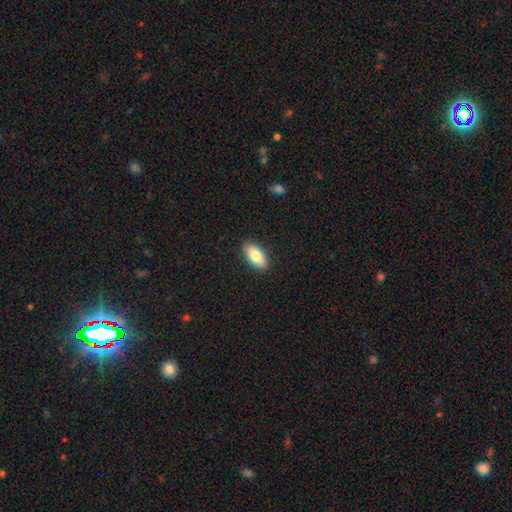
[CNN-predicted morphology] Smooth or featured? smooth (84%)
How rounded? in between (91%)
Merging? none (90%)